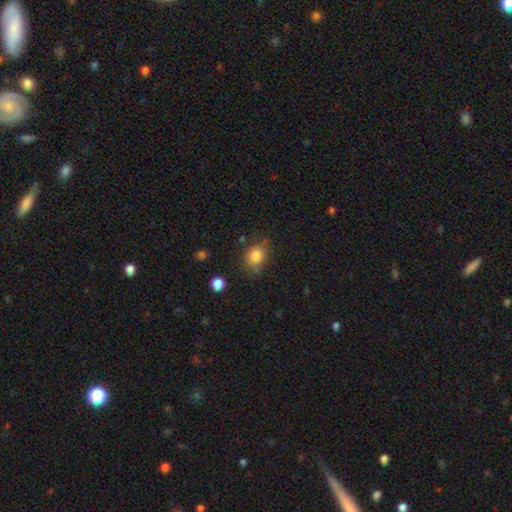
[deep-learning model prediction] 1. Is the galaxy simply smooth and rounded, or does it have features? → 83% smooth, 10% star or artifact, 7% featured or disk.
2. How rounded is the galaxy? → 54% round, 45% in between, 1% cigar-shaped.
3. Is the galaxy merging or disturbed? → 72% none, 18% minor disturbance, 5% merger, 5% major disturbance.